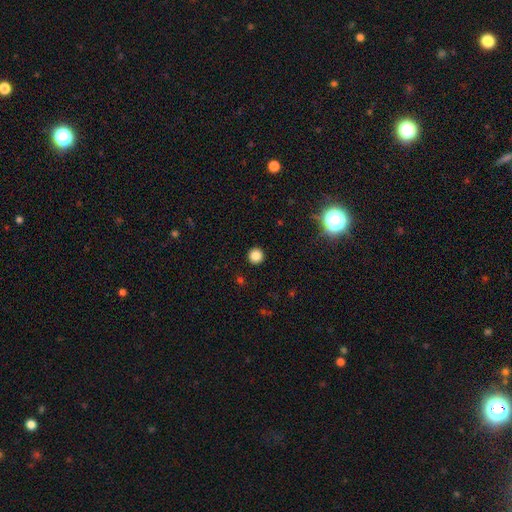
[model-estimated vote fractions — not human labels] Smooth or featured? smooth (85%)
How rounded? round (95%)
Merging? none (93%)